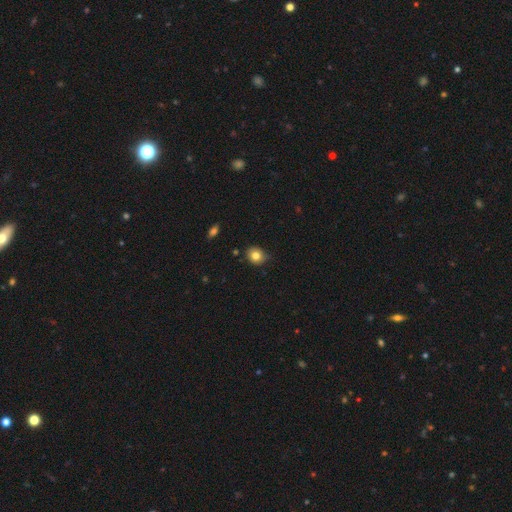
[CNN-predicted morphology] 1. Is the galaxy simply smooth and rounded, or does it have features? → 80% smooth, 11% star or artifact, 9% featured or disk.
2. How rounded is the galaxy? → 67% round, 32% in between, 1% cigar-shaped.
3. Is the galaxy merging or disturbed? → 76% none, 20% minor disturbance, 3% major disturbance, 2% merger.